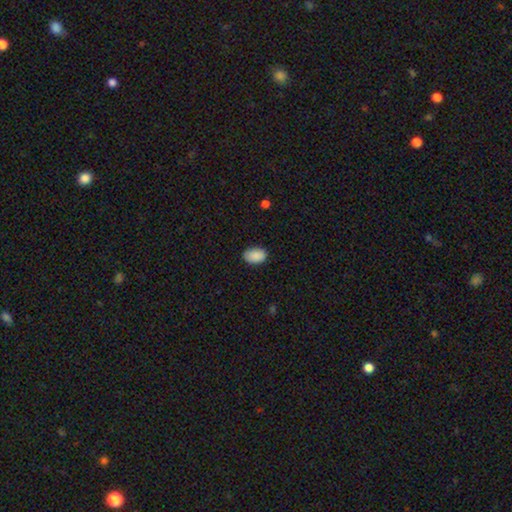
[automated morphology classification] type=smooth (90%); roundness=in between (90%); merging=none (85%).